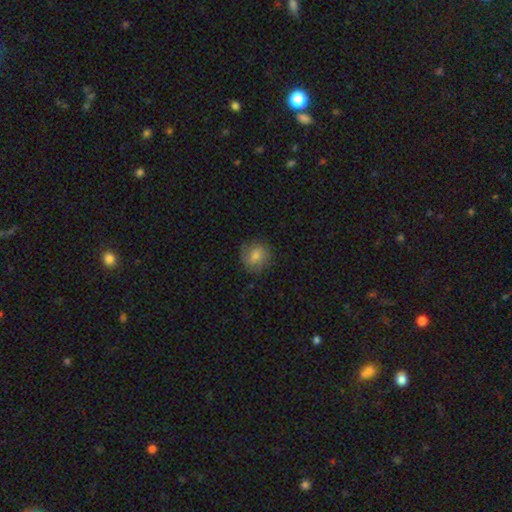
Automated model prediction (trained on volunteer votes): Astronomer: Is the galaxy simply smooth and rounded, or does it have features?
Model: smooth — 74%.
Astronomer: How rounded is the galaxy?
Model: round — 78%.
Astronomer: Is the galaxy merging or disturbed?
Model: none — 75%.